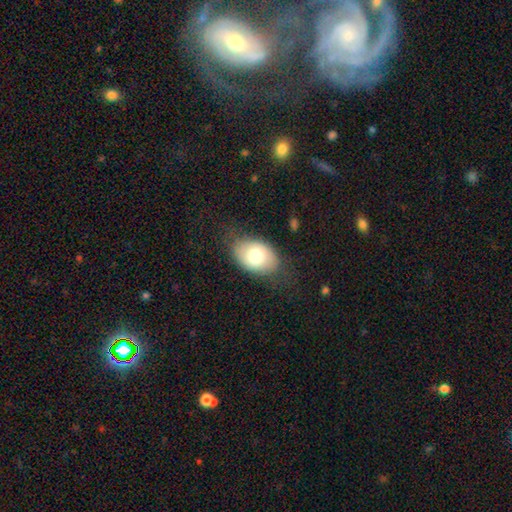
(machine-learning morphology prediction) smooth 74%, featured or disk 19%, star or artifact 7%. Down the decision tree: how rounded — in between (86%); merging — none (73%).